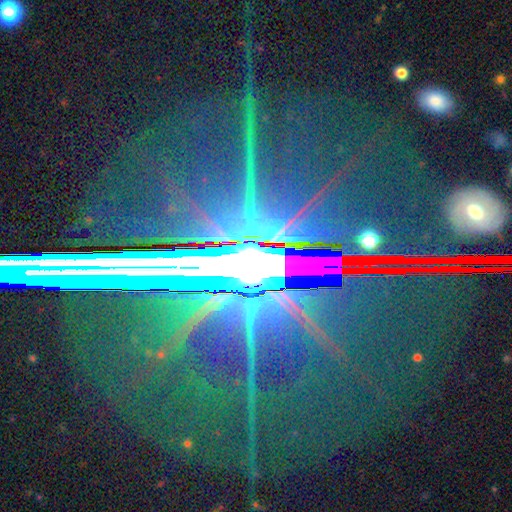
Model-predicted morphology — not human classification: type=star or artifact (68%).